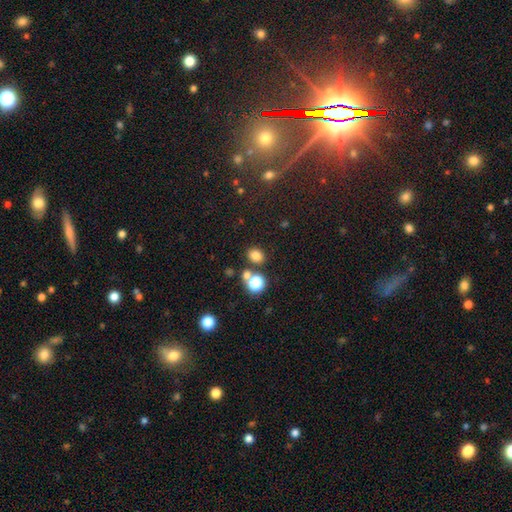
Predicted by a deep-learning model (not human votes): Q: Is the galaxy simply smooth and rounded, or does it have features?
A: smooth — 77%.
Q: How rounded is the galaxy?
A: round — 57%.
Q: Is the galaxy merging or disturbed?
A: none — 72%.